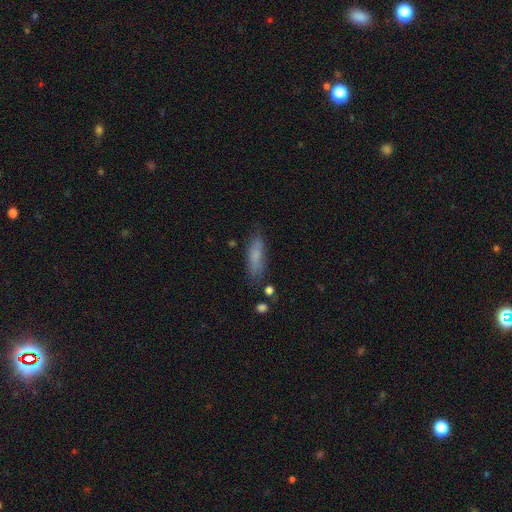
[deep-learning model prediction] Q: Smooth or featured?
A: smooth (77%); runner-up: featured or disk (15%)
Q: How rounded?
A: cigar-shaped (59%); runner-up: in between (39%)
Q: Merging?
A: none (76%); runner-up: minor disturbance (17%)